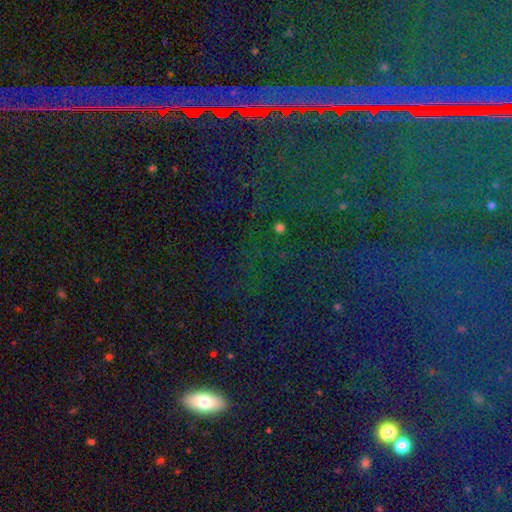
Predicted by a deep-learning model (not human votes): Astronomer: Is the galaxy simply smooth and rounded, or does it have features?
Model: star or artifact — 65%.